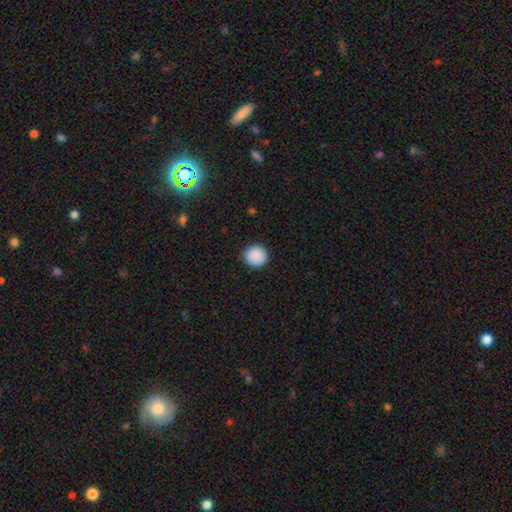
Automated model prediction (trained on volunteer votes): A smooth galaxy with no disk features (89%) that is round (94%). Merging: none (92%).